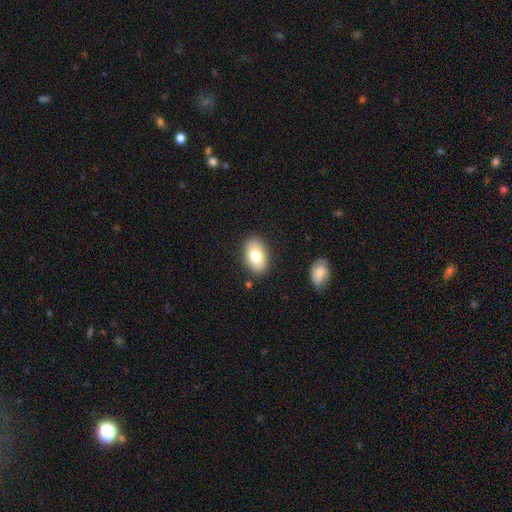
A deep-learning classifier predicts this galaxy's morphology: Smooth or featured? Predicted: smooth (p=0.78). How rounded? Predicted: in between (p=0.91). Merging? Predicted: none (p=0.86).